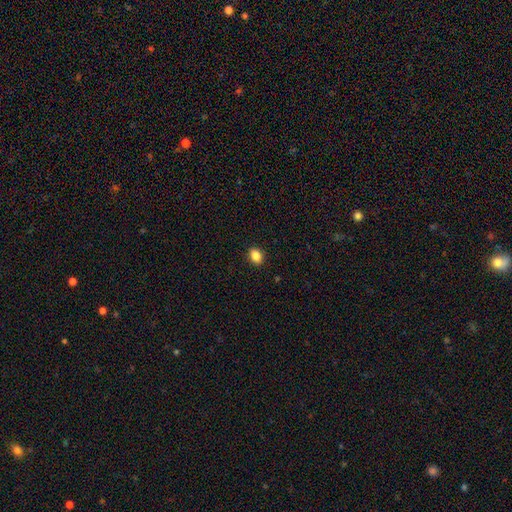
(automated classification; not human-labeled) smooth-or-featured: smooth: 86% | star or artifact: 9% | featured or disk: 4%
  how-rounded: in between: 73% | round: 25% | cigar-shaped: 1%
  merging: none: 90% | minor disturbance: 7% | major disturbance: 2% | merger: 1%